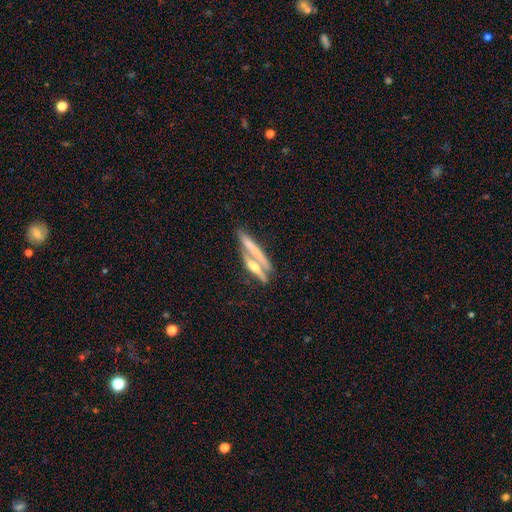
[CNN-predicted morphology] This appears to be a featured or disk galaxy (54%) viewed edge-on (79%). Merging: none (44%).